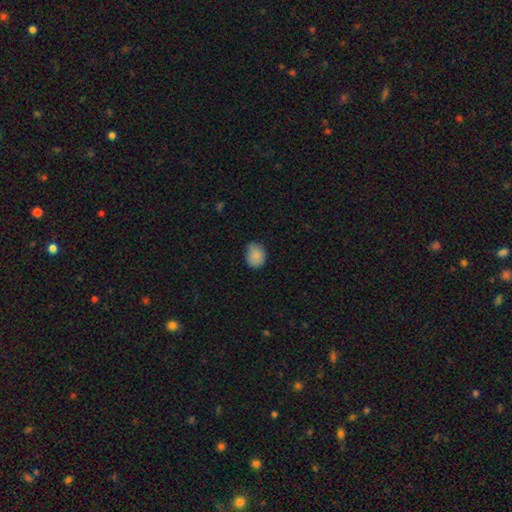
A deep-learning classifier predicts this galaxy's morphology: type=smooth (87%); roundness=round (54%); merging=none (69%).